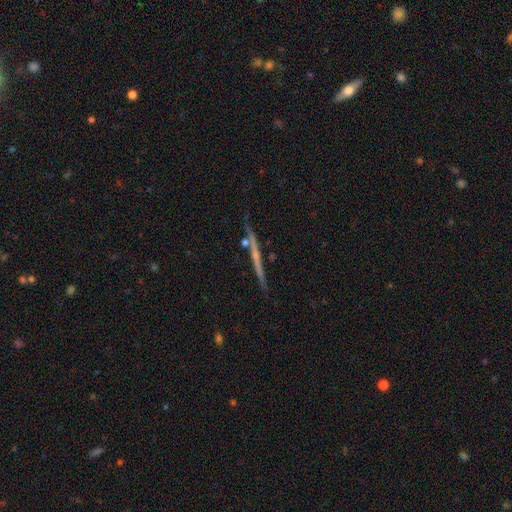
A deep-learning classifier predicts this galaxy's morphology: type=featured or disk (65%); edge-on=yes (97%); edge-on bulge=none (78%); merging=none (83%).